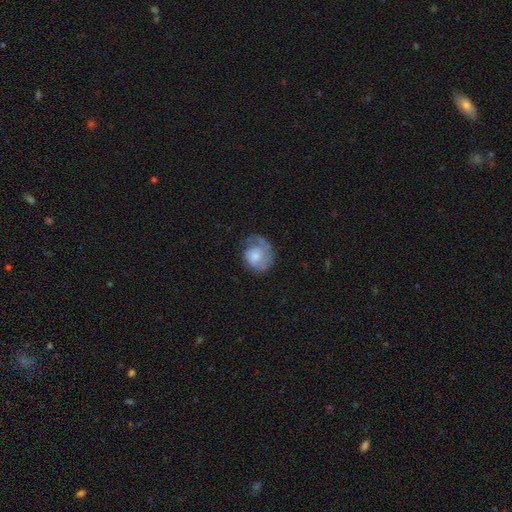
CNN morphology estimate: Overall: featured or disk (48%; smooth 46%). Merging: none (47%; minor disturbance 26%).